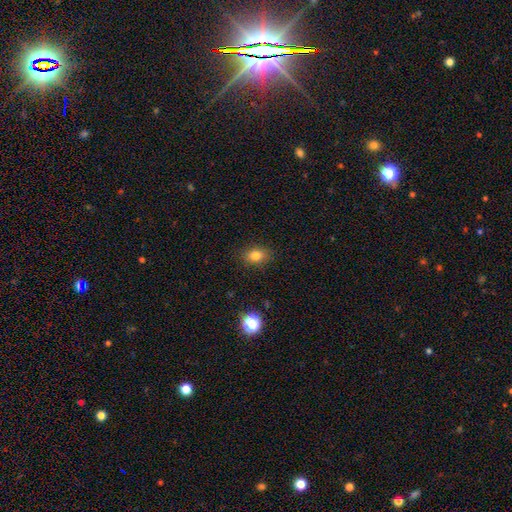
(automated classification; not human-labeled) smooth 79%, star or artifact 13%, featured or disk 8%. Down the decision tree: how rounded — in between (62%); merging — none (87%).